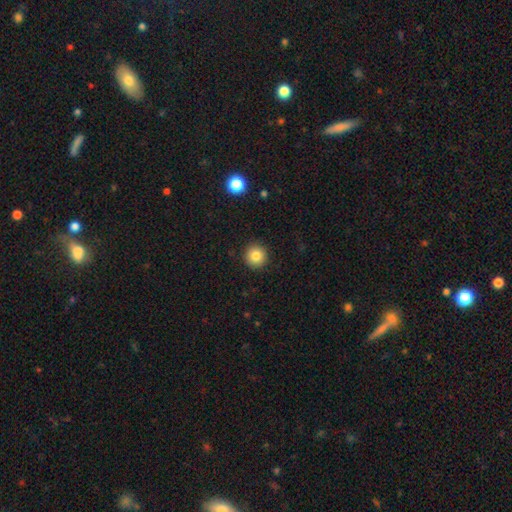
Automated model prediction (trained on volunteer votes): Smooth or featured? Predicted: smooth (p=0.83). How rounded? Predicted: round (p=0.95). Merging? Predicted: none (p=0.92).